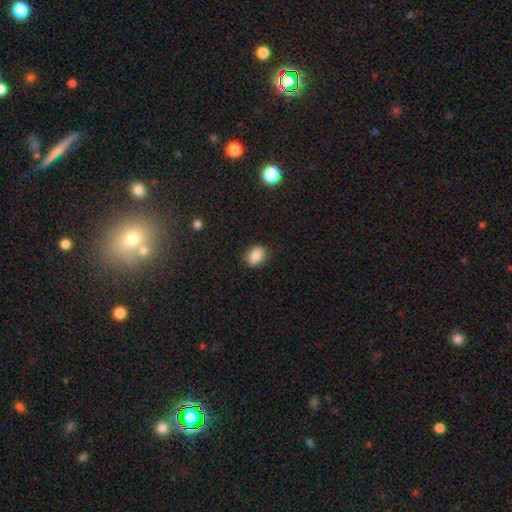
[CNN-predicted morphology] Smooth or featured? smooth (87%)
How rounded? in between (71%)
Merging? none (83%)